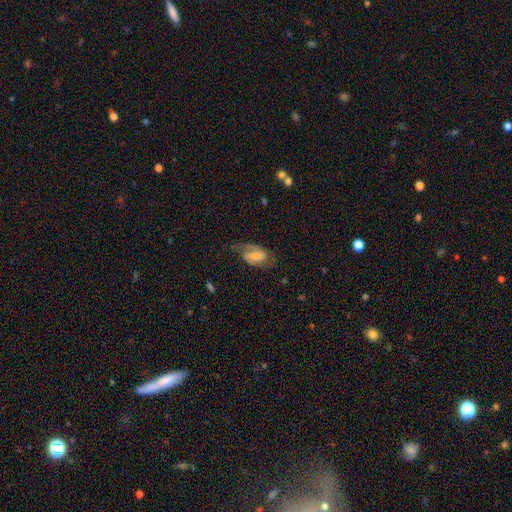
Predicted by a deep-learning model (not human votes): smooth_or_featured: featured or disk (p=0.71) [alt: smooth p=0.22]
disk_edge_on: no (p=0.96) [alt: yes p=0.04]
bar: weak (p=0.46) [alt: no p=0.30]
has_spiral_arms: yes (p=0.90) [alt: no p=0.10]
spiral_winding: medium (p=0.48) [alt: loose p=0.29]
spiral_arm_count: 2 (p=0.73) [alt: 1 p=0.17]
bulge_size: small (p=0.46) [alt: moderate p=0.37]
merging: none (p=0.55) [alt: minor disturbance p=0.23]